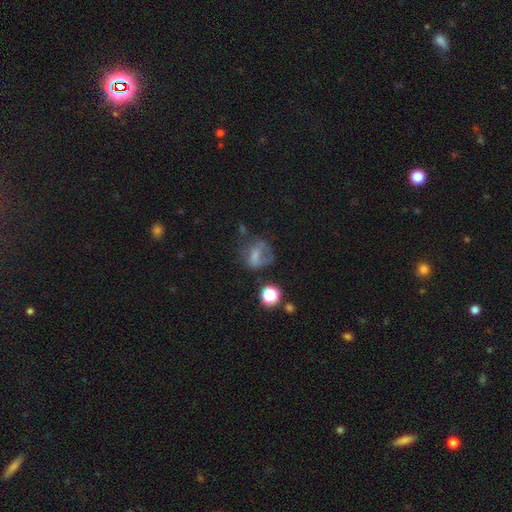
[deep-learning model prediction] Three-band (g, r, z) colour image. It shows a smooth galaxy with no disk features (51%) that is round (55%). Merging: none (37%).